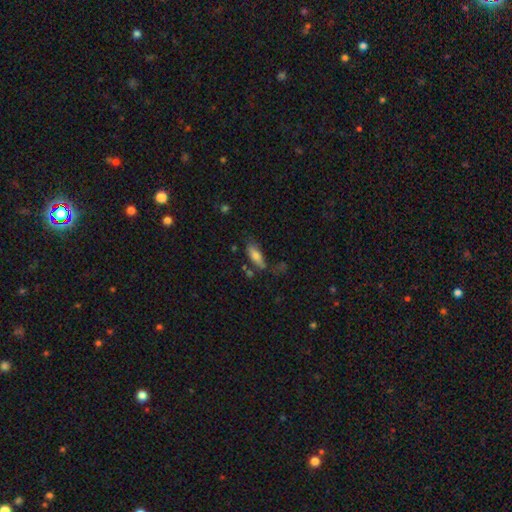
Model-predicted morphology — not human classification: type=smooth (72%); roundness=in between (61%); merging=none (57%).